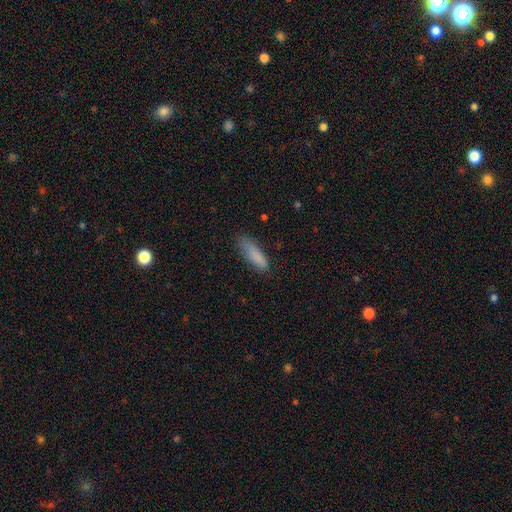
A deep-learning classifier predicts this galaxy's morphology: type=smooth (85%); roundness=cigar-shaped (54%); merging=none (68%).